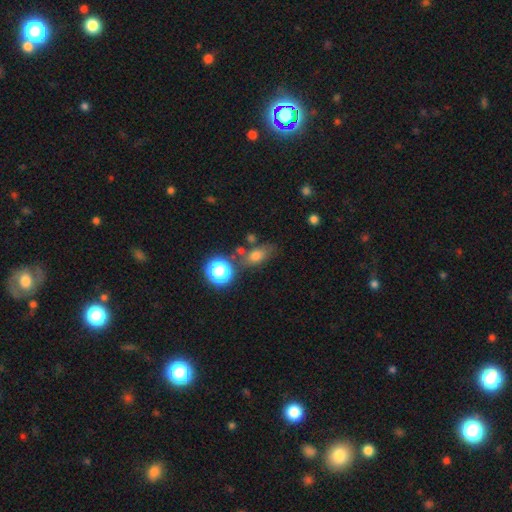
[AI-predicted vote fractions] Q: Smooth or featured?
A: smooth (71%); runner-up: star or artifact (17%)
Q: How rounded?
A: in between (69%); runner-up: round (25%)
Q: Merging?
A: none (59%); runner-up: minor disturbance (19%)